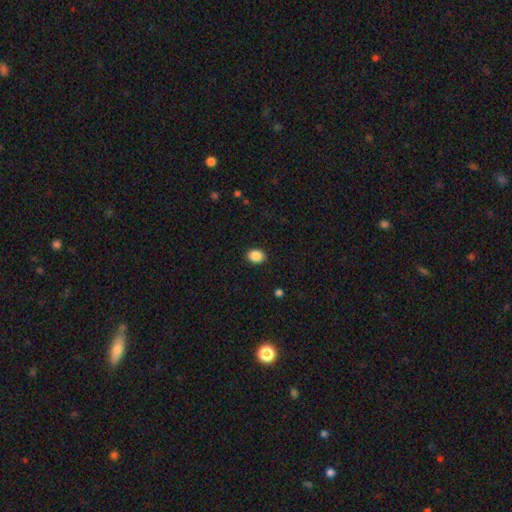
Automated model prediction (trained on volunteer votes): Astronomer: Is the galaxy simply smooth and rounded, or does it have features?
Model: smooth — 88%.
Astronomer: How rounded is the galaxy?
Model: in between — 62%.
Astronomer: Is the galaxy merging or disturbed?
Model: none — 90%.